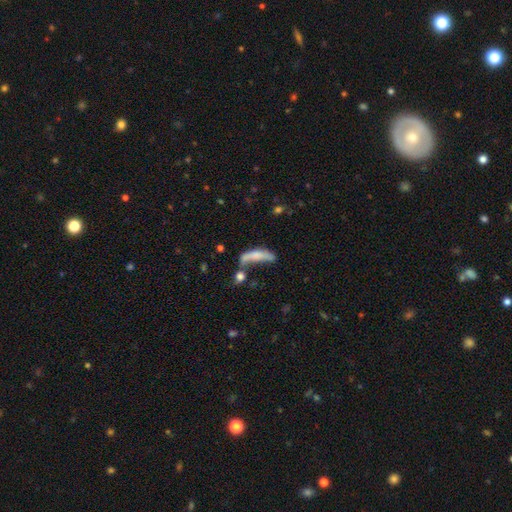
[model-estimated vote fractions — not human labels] This appears to be a smooth galaxy with no disk features (62%) that is cigar-shaped (60%). Merging: merger (37%).